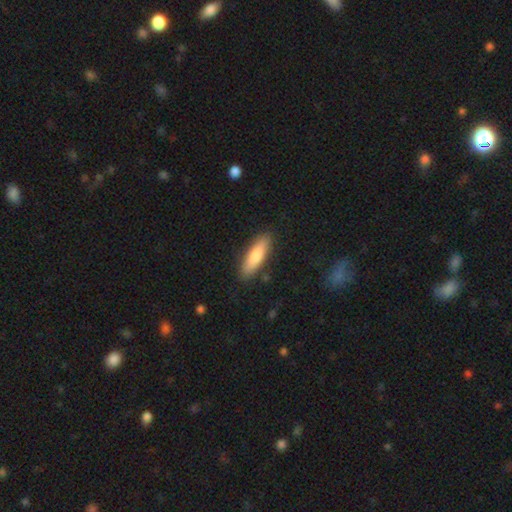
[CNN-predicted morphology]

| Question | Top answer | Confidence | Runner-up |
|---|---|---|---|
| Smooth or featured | smooth | 77% | featured or disk (17%) |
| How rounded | cigar-shaped | 61% | in between (37%) |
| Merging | none | 87% | minor disturbance (9%) |